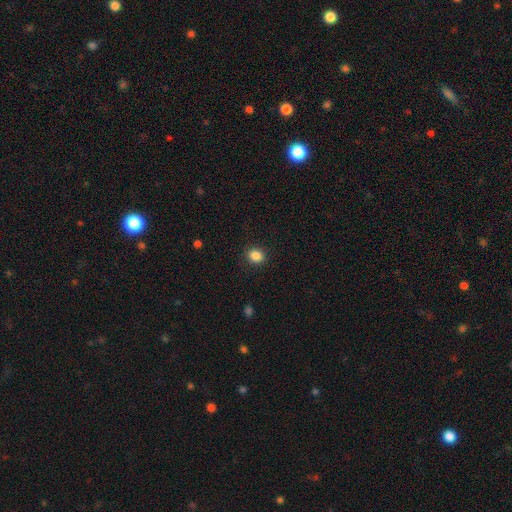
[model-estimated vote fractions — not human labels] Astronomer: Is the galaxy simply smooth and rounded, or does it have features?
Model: smooth — 86%.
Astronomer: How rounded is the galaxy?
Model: round — 68%.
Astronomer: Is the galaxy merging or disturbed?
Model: none — 89%.